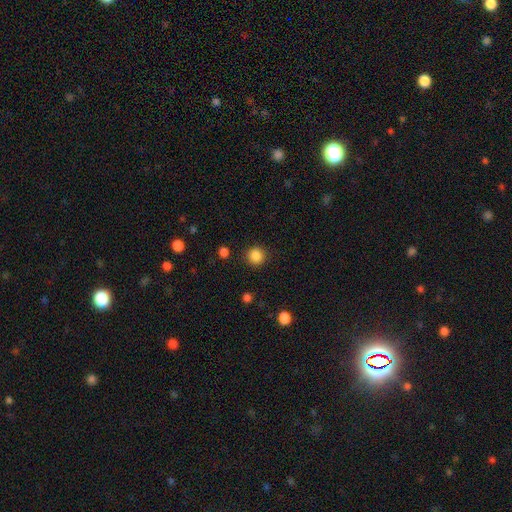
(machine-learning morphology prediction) type=smooth (86%); roundness=round (92%); merging=none (89%).